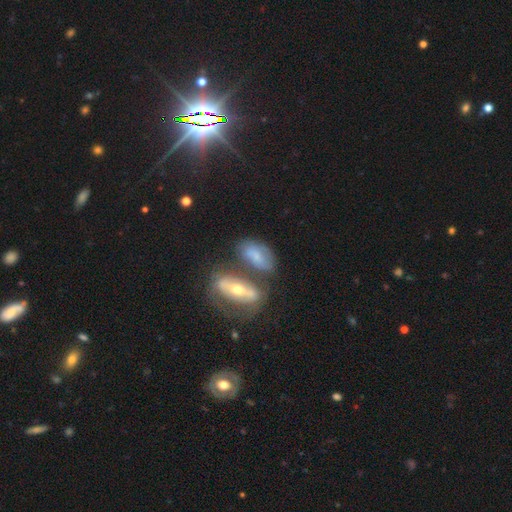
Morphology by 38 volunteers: type=smooth (79%); roundness=in between (90%); merging=merger (39%).